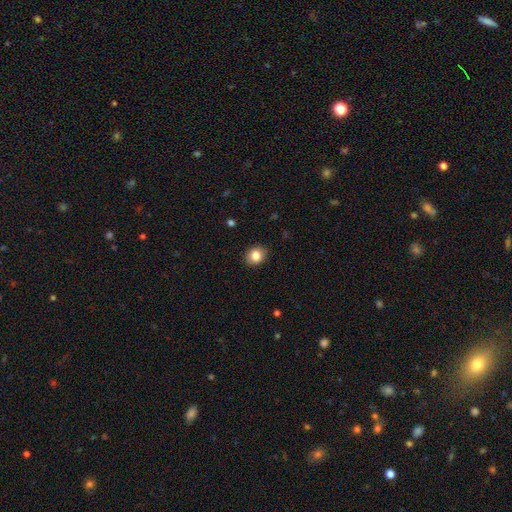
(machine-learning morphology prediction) Smooth or featured? smooth (84%)
How rounded? round (67%)
Merging? none (90%)